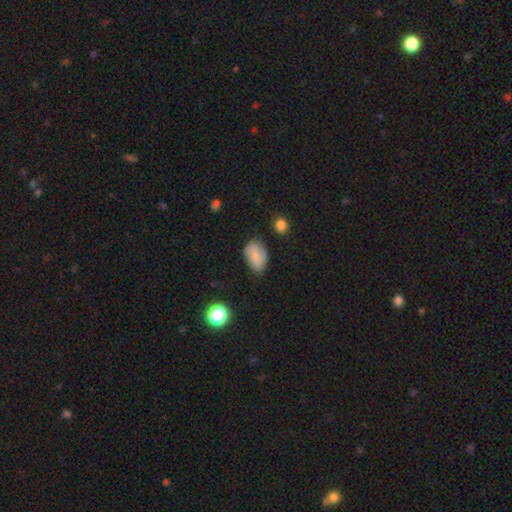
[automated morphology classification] Smooth or featured? Predicted: smooth (p=0.63). How rounded? Predicted: in between (p=0.86). Merging? Predicted: none (p=0.68).